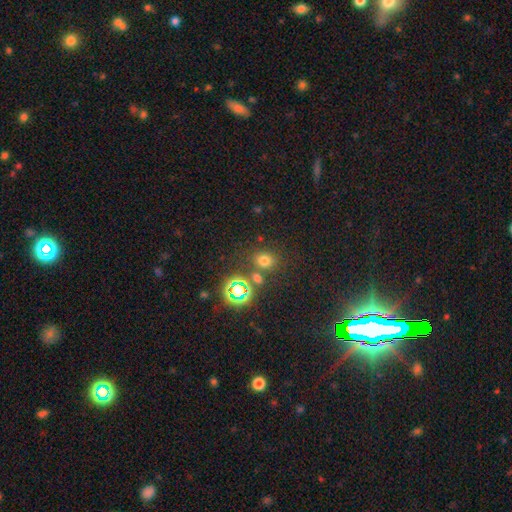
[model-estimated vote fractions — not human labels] A star or artifact, not a galaxy (71%).

Vote fractions:
- Smooth or featured? star or artifact: 71% / smooth: 21% / featured or disk: 7%